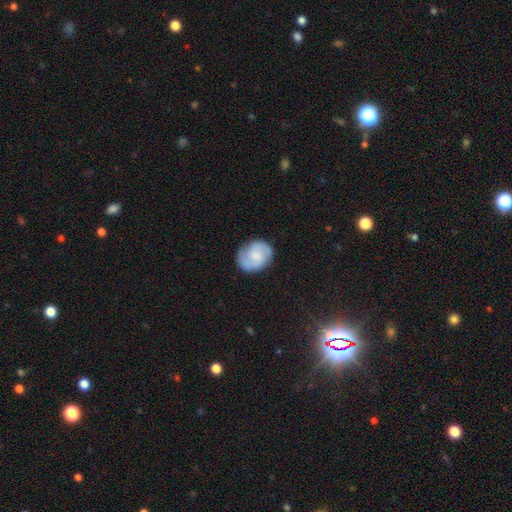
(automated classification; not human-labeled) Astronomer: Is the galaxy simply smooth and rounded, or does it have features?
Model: featured or disk — 65%.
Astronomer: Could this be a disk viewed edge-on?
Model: no — 98%.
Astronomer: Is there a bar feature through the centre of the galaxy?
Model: no — 50% (runner-up: weak, 42%).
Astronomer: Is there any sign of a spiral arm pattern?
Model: yes — 93%.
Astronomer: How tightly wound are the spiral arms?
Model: medium — 50% (runner-up: tight, 31%).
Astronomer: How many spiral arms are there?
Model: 2 — 85%.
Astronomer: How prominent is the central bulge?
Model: small — 41% (runner-up: moderate, 28%).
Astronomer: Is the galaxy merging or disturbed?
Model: none — 79%.